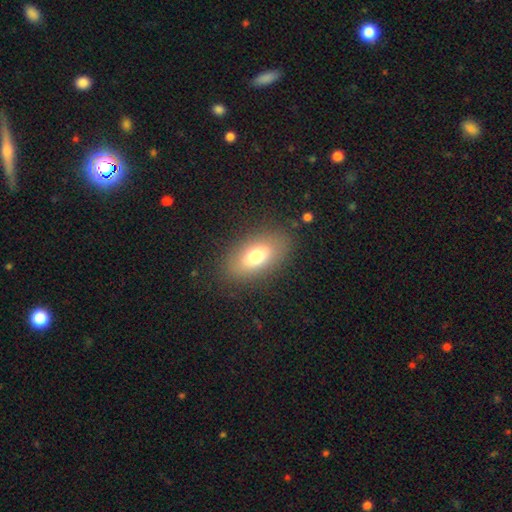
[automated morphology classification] smooth 73%, featured or disk 17%, star or artifact 10%. Down the decision tree: how rounded — in between (89%); merging — none (84%).